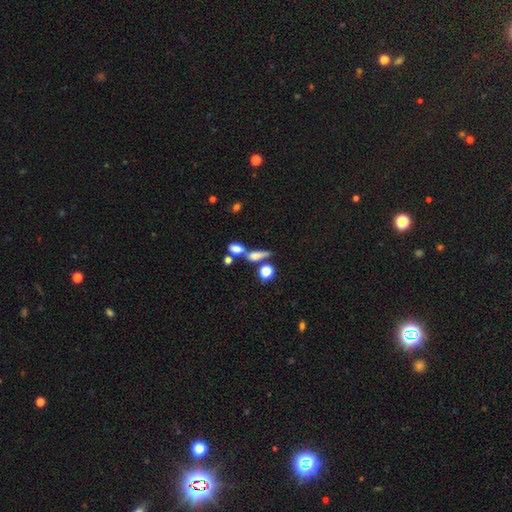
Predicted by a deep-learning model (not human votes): This is likely a smooth galaxy (64%). How rounded: possibly in between (46%). Merging: marginally none (44%).